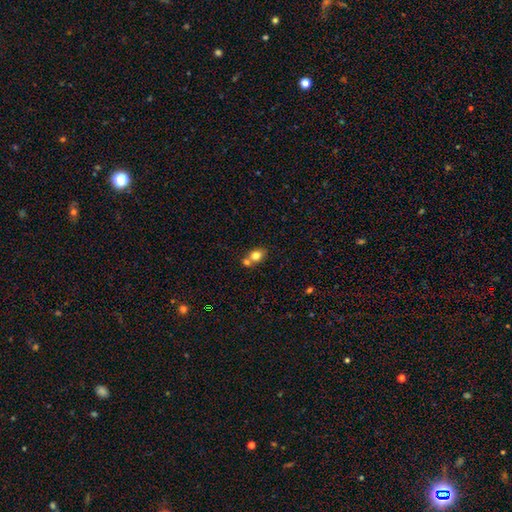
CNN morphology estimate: smooth_or_featured: smooth (p=0.78) [alt: featured or disk p=0.12]
how_rounded: in between (p=0.54) [alt: round p=0.44]
merging: none (p=0.45) [alt: merger p=0.42]